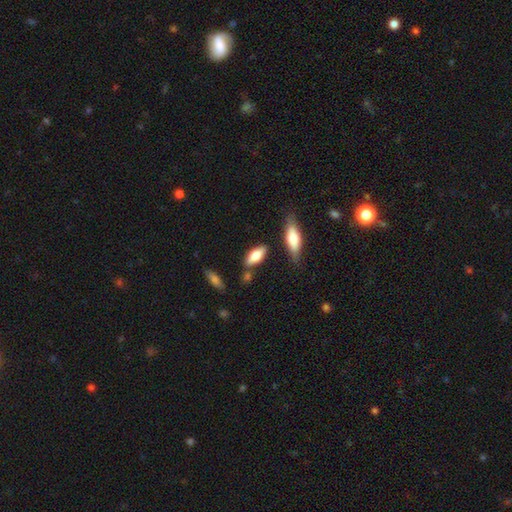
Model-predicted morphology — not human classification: Q: Smooth or featured?
A: smooth (68%); runner-up: featured or disk (25%)
Q: How rounded?
A: in between (75%); runner-up: cigar-shaped (22%)
Q: Merging?
A: none (74%); runner-up: minor disturbance (15%)